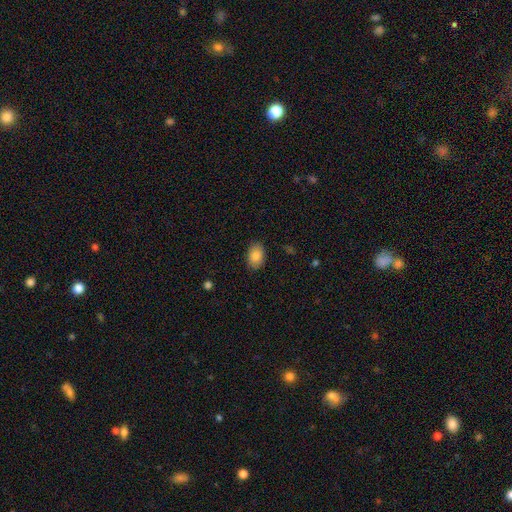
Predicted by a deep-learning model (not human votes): Overall: smooth (86%). How rounded: in between (85%). Merging: none (87%).